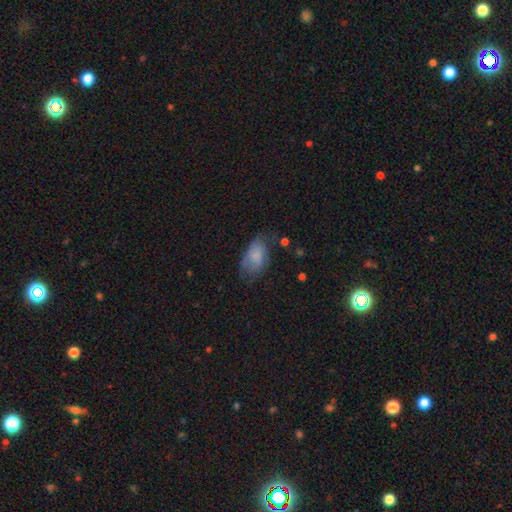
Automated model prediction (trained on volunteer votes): Overall: smooth (68%). How rounded: in between (91%). Merging: none (45%; minor disturbance 33%).